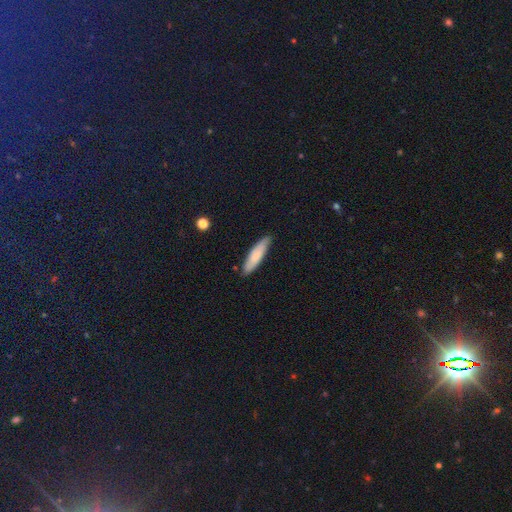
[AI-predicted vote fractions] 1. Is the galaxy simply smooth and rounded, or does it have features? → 74% smooth, 20% featured or disk, 6% star or artifact.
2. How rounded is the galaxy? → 72% cigar-shaped, 27% in between, 1% round.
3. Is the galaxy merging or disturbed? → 83% none, 14% minor disturbance, 2% major disturbance, 1% merger.